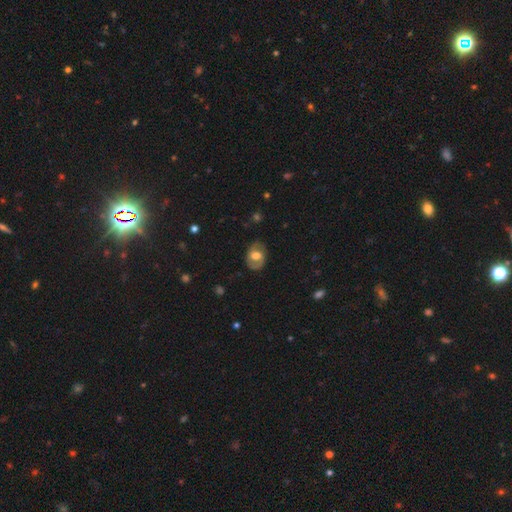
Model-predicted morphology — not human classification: A featured or disk galaxy (53%) with no bar (51%), spiral arms (56%) and a moderate central bulge (45%). Merging: none (75%).